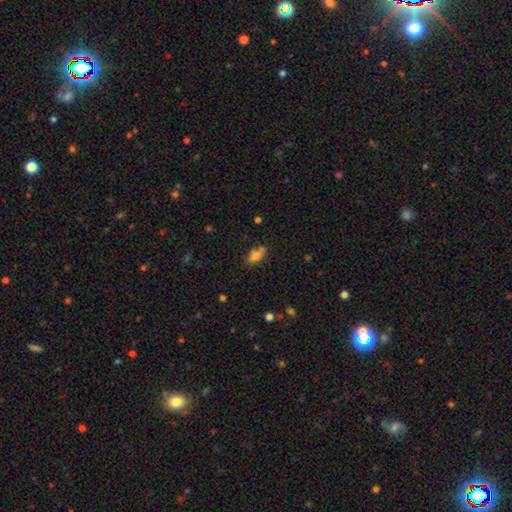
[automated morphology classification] Smooth or featured: smooth — 72% (featured or disk — 16%)
How rounded: in between — 83% (cigar-shaped — 11%)
Merging: none — 57% (minor disturbance — 24%)